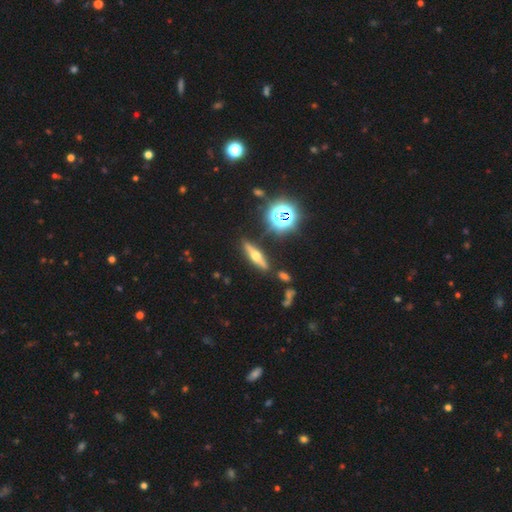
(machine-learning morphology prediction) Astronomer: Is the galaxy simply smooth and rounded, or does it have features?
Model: featured or disk — 58%.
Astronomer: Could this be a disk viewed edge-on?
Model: yes — 92%.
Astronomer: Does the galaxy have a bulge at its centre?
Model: rounded — 95%.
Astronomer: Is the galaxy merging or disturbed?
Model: none — 86%.